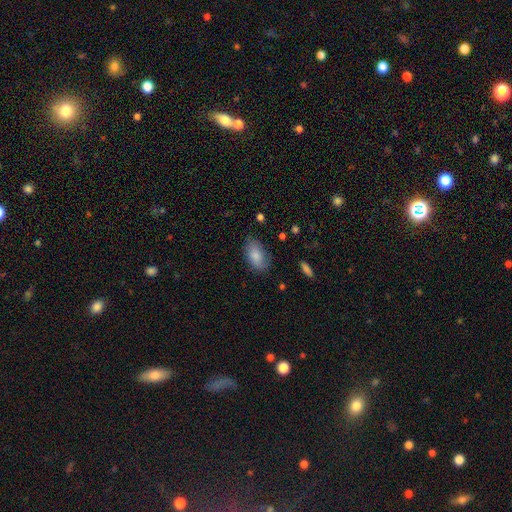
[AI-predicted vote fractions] Smooth or featured? Predicted: smooth (p=0.83). How rounded? Predicted: in between (p=0.93). Merging? Predicted: none (p=0.75).